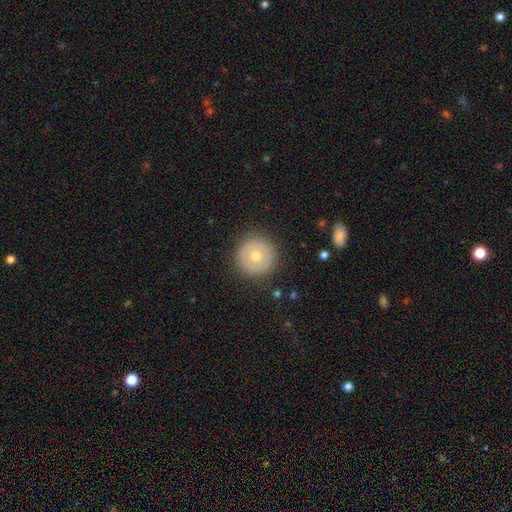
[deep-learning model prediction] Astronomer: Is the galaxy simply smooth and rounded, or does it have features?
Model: smooth — 62%.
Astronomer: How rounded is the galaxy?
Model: round — 96%.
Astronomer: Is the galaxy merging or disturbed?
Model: none — 91%.